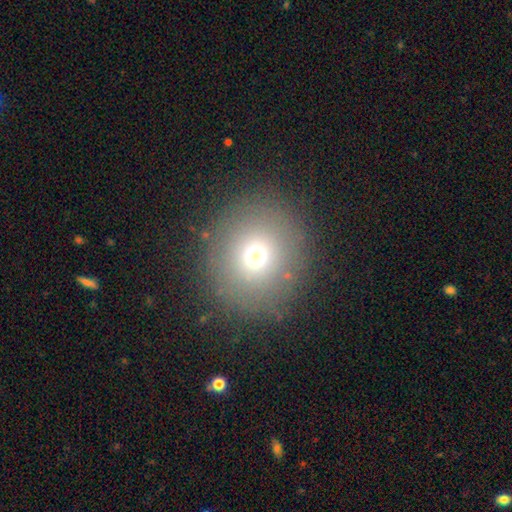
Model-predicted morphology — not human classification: smooth_or_featured: smooth (p=0.69) [alt: star or artifact p=0.18]
how_rounded: round (p=0.92) [alt: in between p=0.07]
merging: none (p=0.87) [alt: minor disturbance p=0.07]